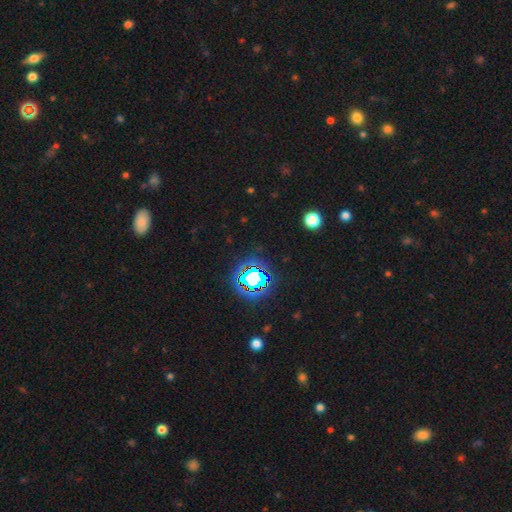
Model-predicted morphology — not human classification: Overall: star or artifact (77%).